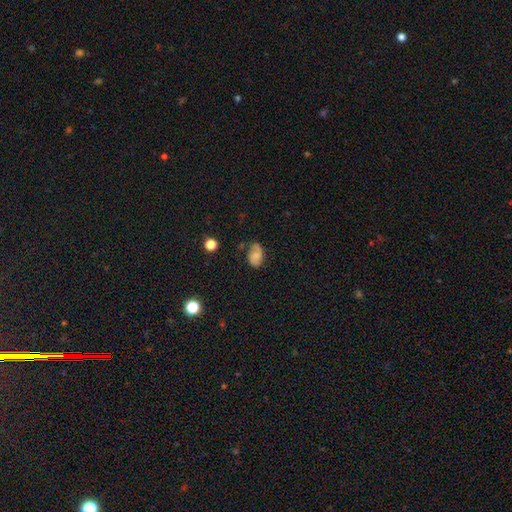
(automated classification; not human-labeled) A smooth galaxy with no disk features (53%) that is in between round and cigar-shaped (82%).

Vote fractions:
- Smooth or featured? smooth: 53% / featured or disk: 36% / star or artifact: 11%
- How rounded? in between: 82% / round: 17% / cigar-shaped: 1%
- Merging? none: 54% / minor disturbance: 29% / major disturbance: 13% / merger: 4%